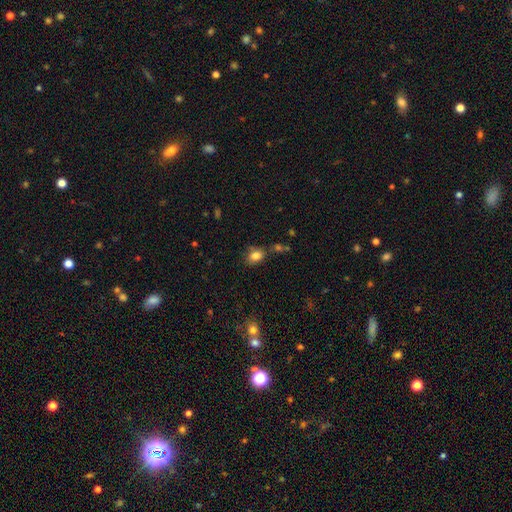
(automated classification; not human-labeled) Smooth or featured: smooth — 82% (star or artifact — 11%)
How rounded: in between — 69% (round — 30%)
Merging: none — 65% (minor disturbance — 19%)